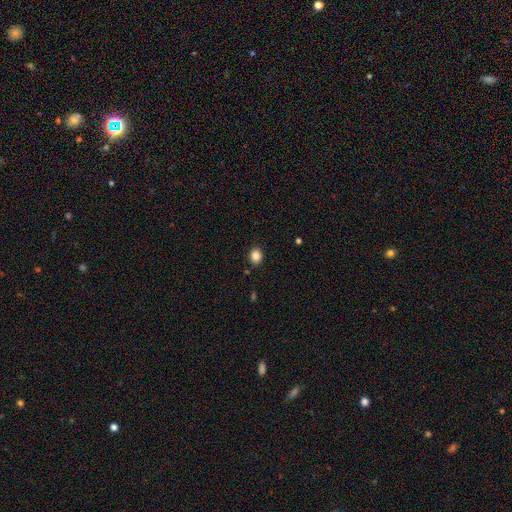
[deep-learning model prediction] Smooth or featured? smooth (85%)
How rounded? round (55%)
Merging? none (89%)